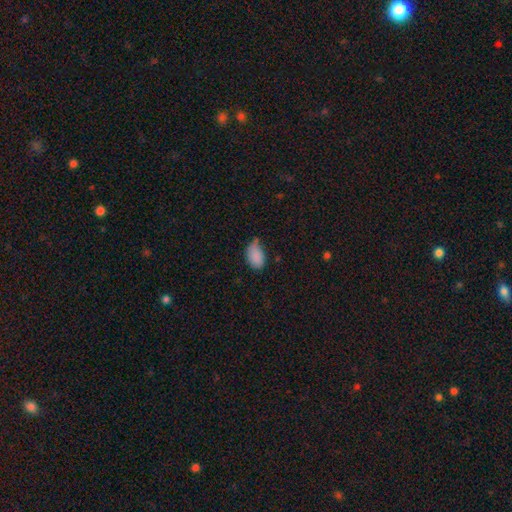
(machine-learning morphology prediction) smooth 87%, star or artifact 8%, featured or disk 5%. Down the decision tree: how rounded — in between (91%); merging — none (45%).